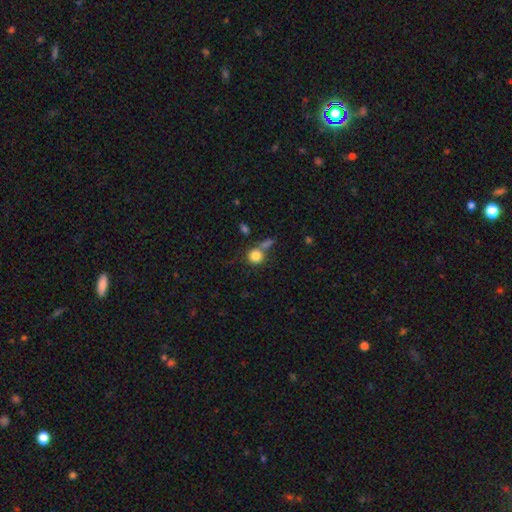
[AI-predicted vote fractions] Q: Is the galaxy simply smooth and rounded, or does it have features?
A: smooth — 82%.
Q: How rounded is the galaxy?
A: round — 88%.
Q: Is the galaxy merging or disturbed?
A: none — 55%.